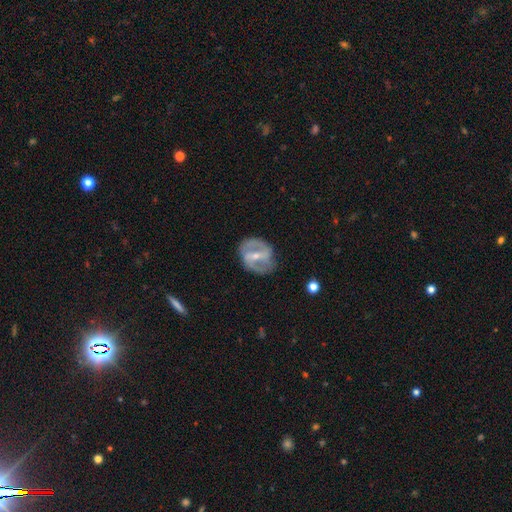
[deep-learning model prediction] A featured or disk galaxy (79%) with a strong bar (62%), 2 (81%) medium (45%) spiral arms (72%) and a small central bulge (55%). Merging: none (73%).